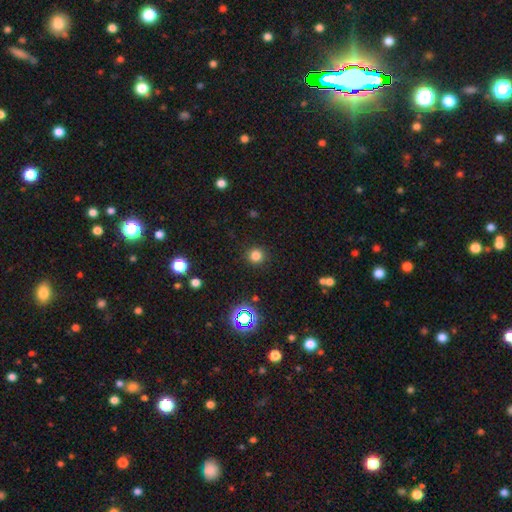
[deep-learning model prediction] Overall: smooth (78%). How rounded: round (93%). Merging: none (89%).